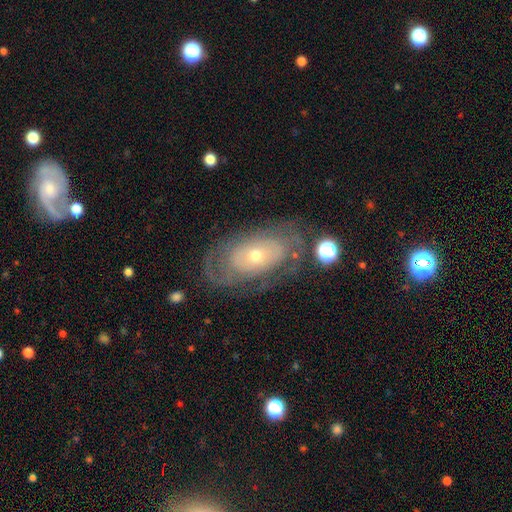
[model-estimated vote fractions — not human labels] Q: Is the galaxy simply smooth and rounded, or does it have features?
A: featured or disk — 71%.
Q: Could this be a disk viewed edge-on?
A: no — 92%.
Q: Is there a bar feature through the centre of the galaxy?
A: no — 85%.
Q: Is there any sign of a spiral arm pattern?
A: yes — 63%.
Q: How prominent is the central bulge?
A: small — 54%.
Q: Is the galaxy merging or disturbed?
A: none — 70%.